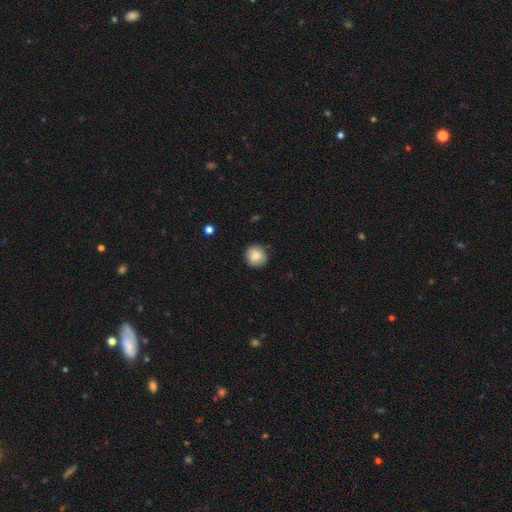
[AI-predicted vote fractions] The model was most divided on "merging": none: 84%, minor disturbance: 12%, major disturbance: 2%, merger: 1%. More confident: how rounded — round (89%); smooth or featured — smooth (84%).